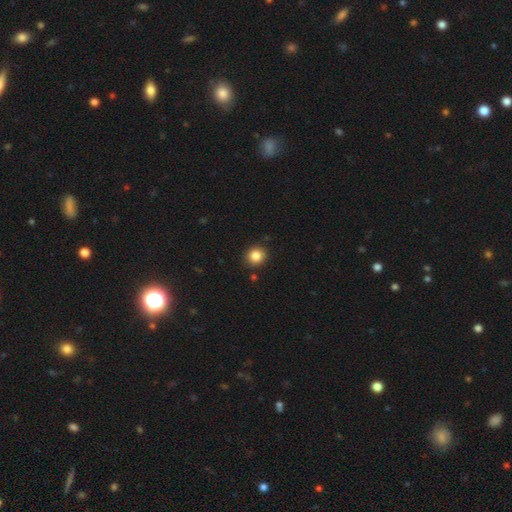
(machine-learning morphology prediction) Smooth or featured?
  - smooth: 85% *
  - star or artifact: 10%
  - featured or disk: 4%
How rounded?
  - round: 86% *
  - in between: 13%
  - cigar-shaped: 1%
Merging?
  - none: 89% *
  - minor disturbance: 7%
  - major disturbance: 2%
  - merger: 2%